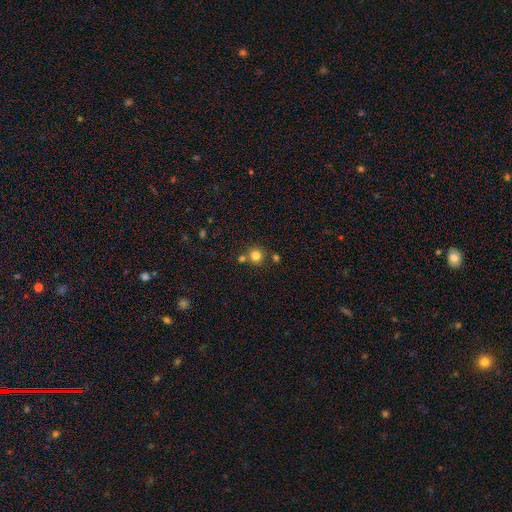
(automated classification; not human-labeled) The model was most divided on "merging": none: 74%, merger: 16%, minor disturbance: 8%, major disturbance: 3%. More confident: how rounded — round (94%); smooth or featured — smooth (81%).